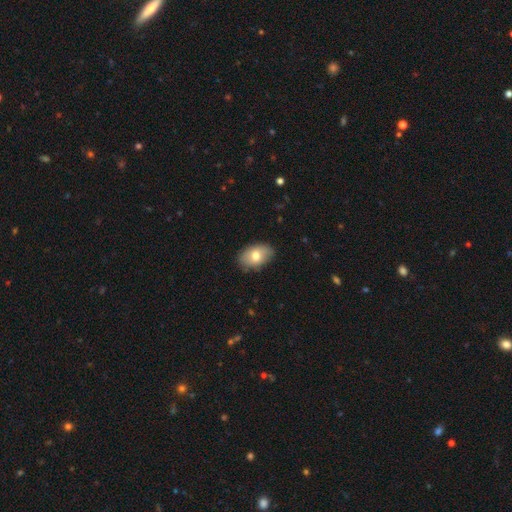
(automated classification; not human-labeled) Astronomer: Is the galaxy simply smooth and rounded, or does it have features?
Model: smooth — 76%.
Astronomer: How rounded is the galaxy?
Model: in between — 90%.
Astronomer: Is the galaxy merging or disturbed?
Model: none — 83%.